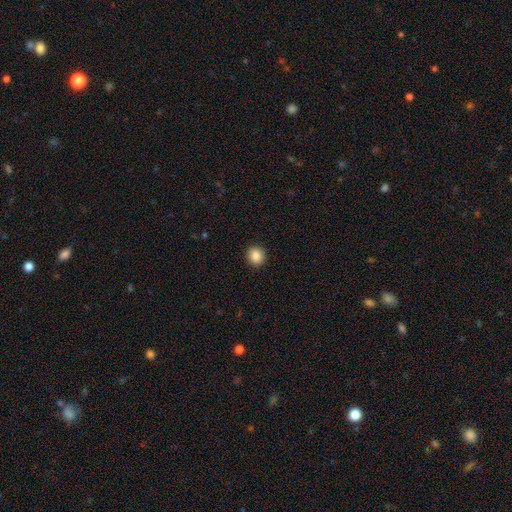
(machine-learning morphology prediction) A smooth galaxy with no disk features (86%) that is round (91%). Merging: none (93%).